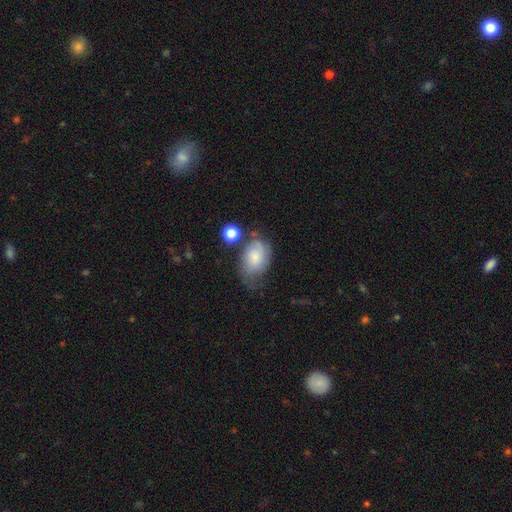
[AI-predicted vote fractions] A smooth galaxy with no disk features (57%) that is in between round and cigar-shaped (81%).

Vote fractions:
- Smooth or featured? smooth: 57% / featured or disk: 34% / star or artifact: 9%
- How rounded? in between: 81% / round: 18% / cigar-shaped: 1%
- Merging? none: 38% / minor disturbance: 32% / major disturbance: 21% / merger: 9%